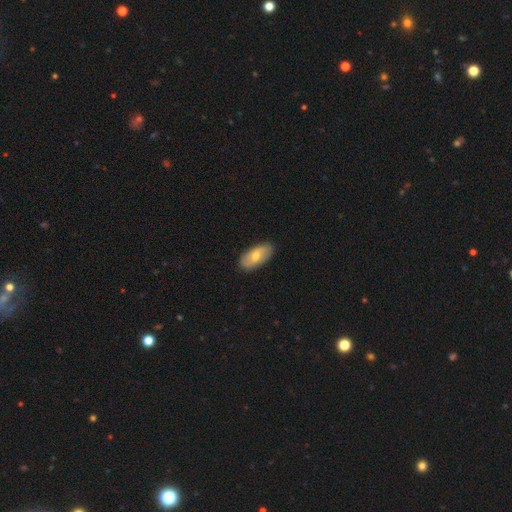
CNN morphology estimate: Smooth or featured: smooth — 59% (featured or disk — 35%)
How rounded: in between — 91% (cigar-shaped — 6%)
Merging: none — 87% (minor disturbance — 10%)